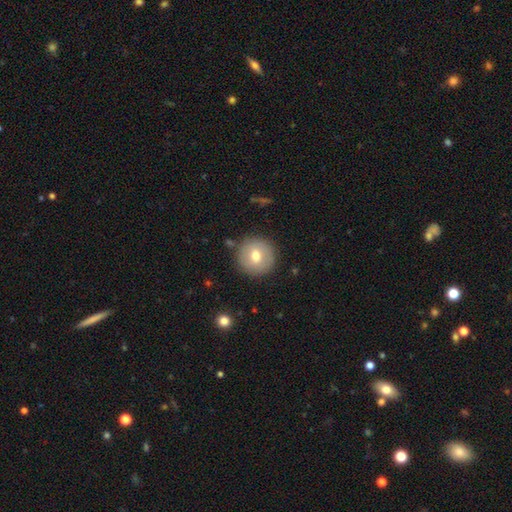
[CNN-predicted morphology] A smooth galaxy with no disk features (69%) that is round (95%). Merging: none (88%).